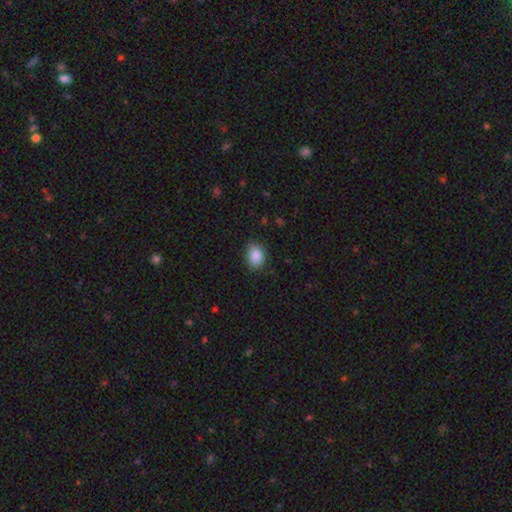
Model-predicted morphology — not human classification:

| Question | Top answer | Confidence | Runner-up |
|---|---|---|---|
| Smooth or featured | smooth | 88% | star or artifact (8%) |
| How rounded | in between | 64% | round (35%) |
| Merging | none | 81% | minor disturbance (15%) |